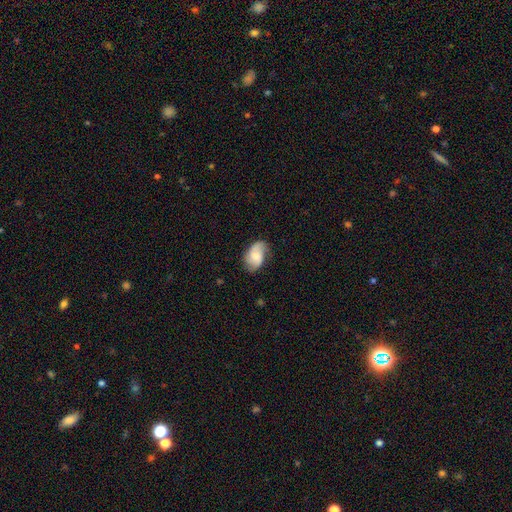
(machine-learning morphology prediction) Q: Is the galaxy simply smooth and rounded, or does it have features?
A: featured or disk — 49%.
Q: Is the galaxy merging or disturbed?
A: none — 68%.